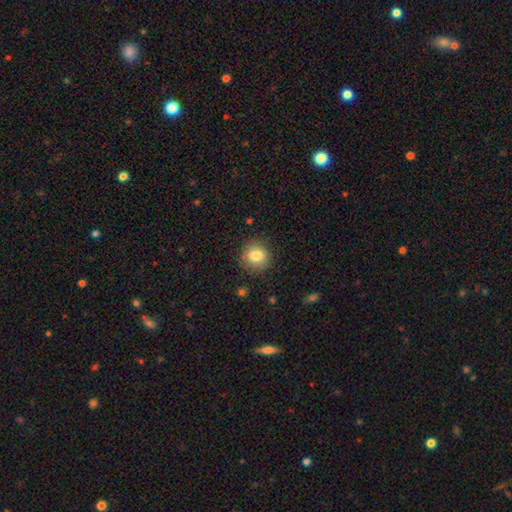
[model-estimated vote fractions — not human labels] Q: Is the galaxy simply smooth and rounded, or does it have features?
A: smooth — 83%.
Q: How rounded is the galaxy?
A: round — 83%.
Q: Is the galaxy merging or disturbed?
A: none — 86%.